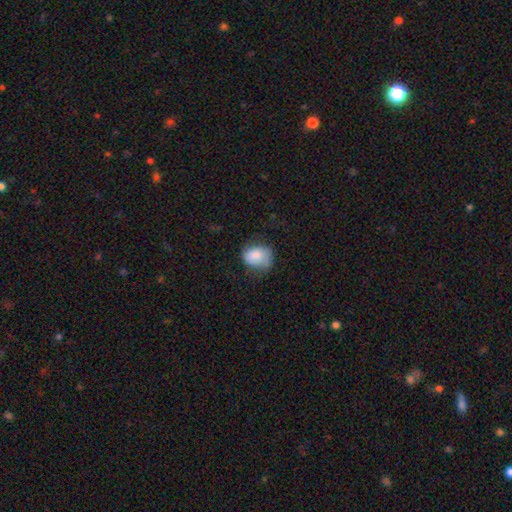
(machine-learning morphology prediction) A smooth galaxy with no disk features (79%) that is in between round and cigar-shaped (51%).

Vote fractions:
- Smooth or featured? smooth: 79% / featured or disk: 14% / star or artifact: 7%
- How rounded? in between: 51% / round: 48% / cigar-shaped: 1%
- Merging? none: 55% / minor disturbance: 30% / major disturbance: 14% / merger: 1%